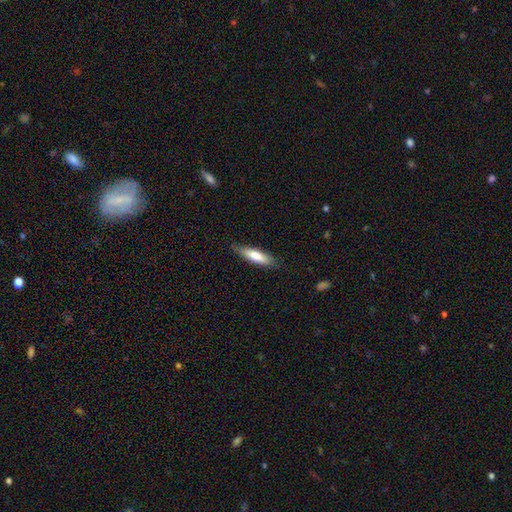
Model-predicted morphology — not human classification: A smooth galaxy with no disk features (75%) that is cigar-shaped (67%). Merging: none (81%).